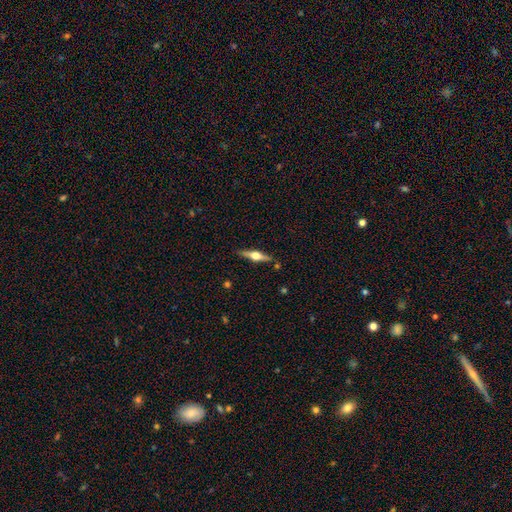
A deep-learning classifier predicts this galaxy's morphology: Smooth or featured? Predicted: featured or disk (p=0.74). Edge-on disk? Predicted: yes (p=0.98). Edge-on bulge? Predicted: rounded (p=0.95). Merging? Predicted: none (p=0.88).